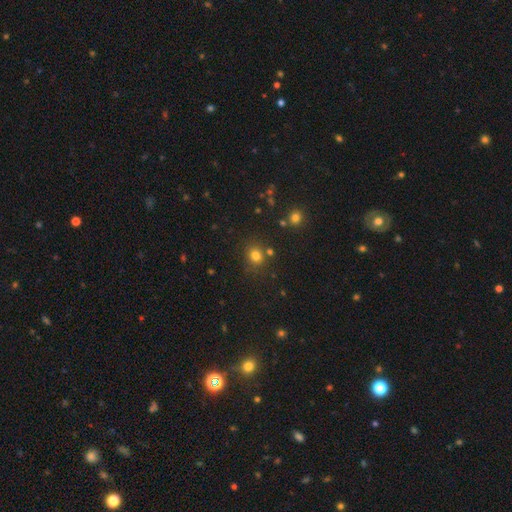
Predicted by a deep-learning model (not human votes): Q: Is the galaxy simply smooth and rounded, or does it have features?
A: smooth — 77%.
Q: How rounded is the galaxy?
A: round — 78%.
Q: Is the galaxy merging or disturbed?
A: none — 77%.